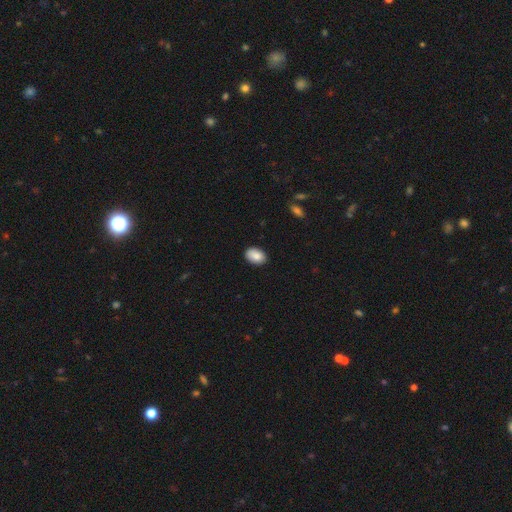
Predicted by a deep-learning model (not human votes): A smooth galaxy with no disk features (87%) that is in between round and cigar-shaped (85%).

Vote fractions:
- Smooth or featured? smooth: 87% / star or artifact: 7% / featured or disk: 6%
- How rounded? in between: 85% / round: 14% / cigar-shaped: 1%
- Merging? none: 87% / minor disturbance: 10% / major disturbance: 2% / merger: 1%